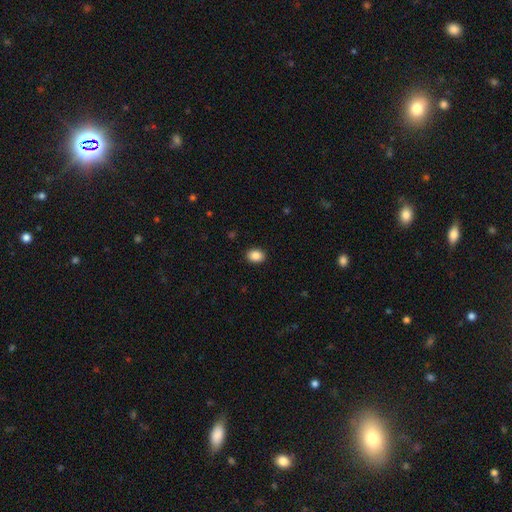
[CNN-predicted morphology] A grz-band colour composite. It shows a smooth galaxy with no disk features (88%) that is in between round and cigar-shaped (61%). Merging: none (91%).